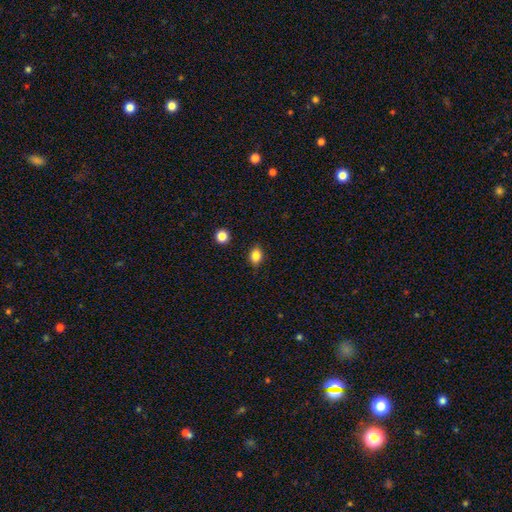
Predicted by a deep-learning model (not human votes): This is clearly a smooth galaxy (84%). How rounded: likely in between (68%). Merging: clearly none (85%).